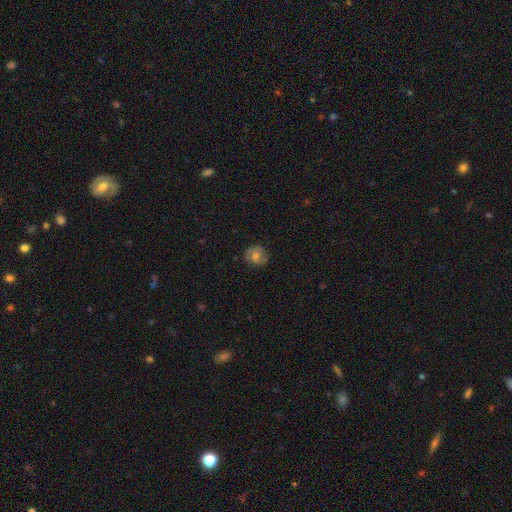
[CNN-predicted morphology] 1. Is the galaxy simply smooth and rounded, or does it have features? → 53% smooth, 38% featured or disk, 9% star or artifact.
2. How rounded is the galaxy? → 82% round, 17% in between, 1% cigar-shaped.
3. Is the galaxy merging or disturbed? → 79% none, 15% minor disturbance, 4% major disturbance, 1% merger.